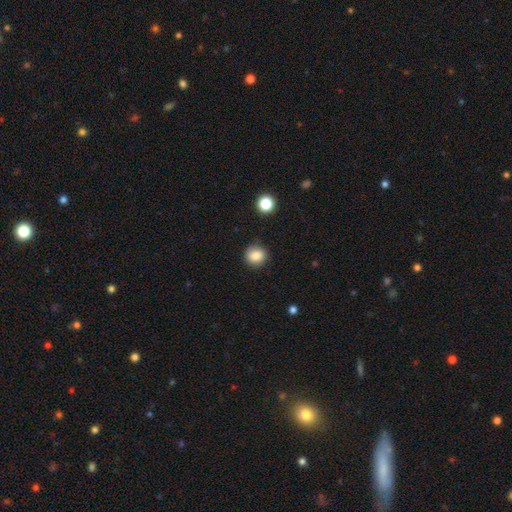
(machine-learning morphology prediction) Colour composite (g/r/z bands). It shows a smooth galaxy with no disk features (86%) that is round (87%). Merging: none (85%).